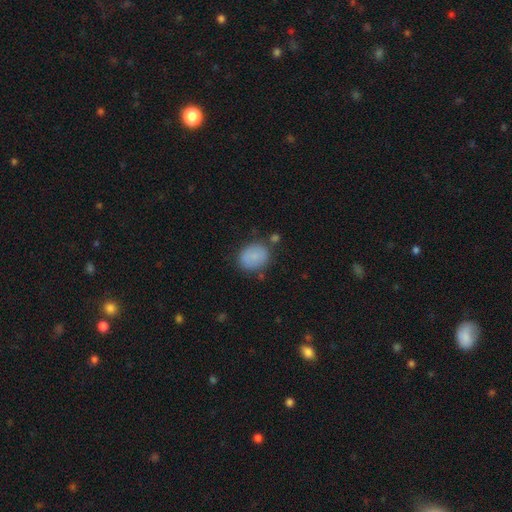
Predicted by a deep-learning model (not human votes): Smooth or featured?
  - smooth: 84% *
  - featured or disk: 8%
  - star or artifact: 8%
How rounded?
  - round: 53% *
  - in between: 46%
  - cigar-shaped: 1%
Merging?
  - none: 72% *
  - minor disturbance: 16%
  - merger: 7%
  - major disturbance: 5%